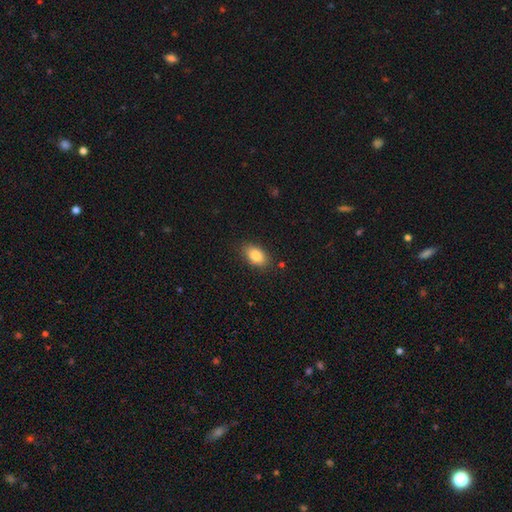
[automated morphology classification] The model was most divided on "merging": none: 85%, minor disturbance: 11%, major disturbance: 3%, merger: 2%. More confident: how rounded — in between (89%); smooth or featured — smooth (85%).